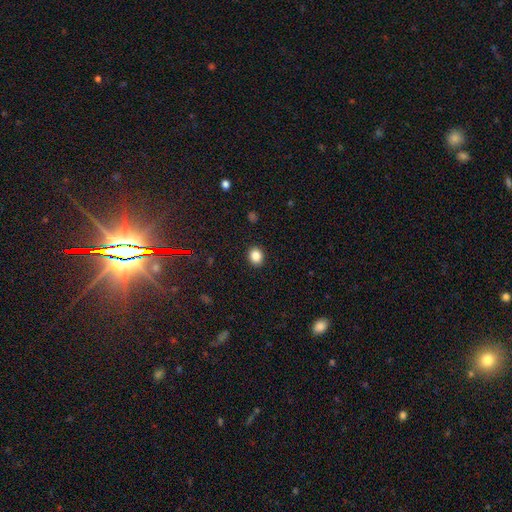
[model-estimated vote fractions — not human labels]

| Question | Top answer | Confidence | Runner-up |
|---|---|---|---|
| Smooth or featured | smooth | 85% | star or artifact (10%) |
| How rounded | round | 60% | in between (39%) |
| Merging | none | 91% | minor disturbance (6%) |